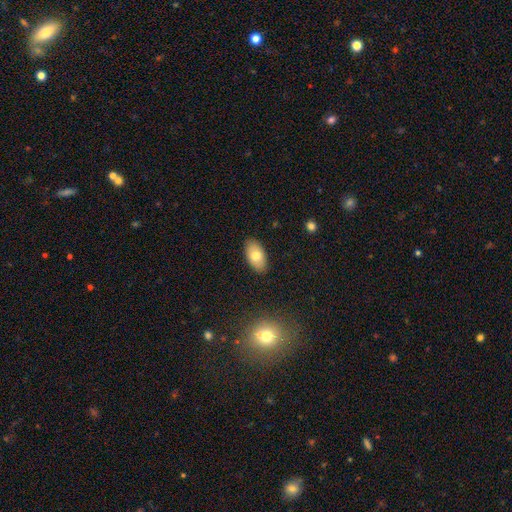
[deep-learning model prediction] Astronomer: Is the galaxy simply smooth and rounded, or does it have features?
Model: smooth — 75%.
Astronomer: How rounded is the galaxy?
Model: in between — 93%.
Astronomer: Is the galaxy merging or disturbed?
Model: none — 87%.